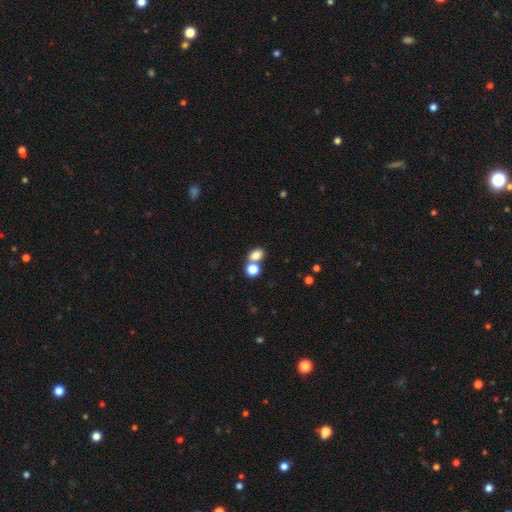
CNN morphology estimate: Smooth or featured? smooth (79%)
How rounded? in between (63%)
Merging? none (48%)